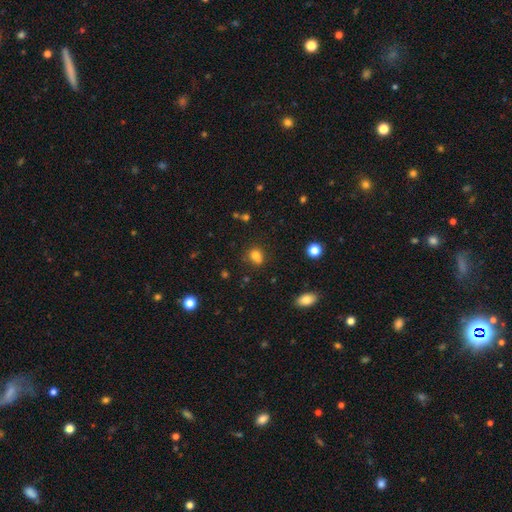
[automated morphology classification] The model was most divided on "how rounded": round: 64%, in between: 35%, cigar-shaped: 1%. More confident: smooth or featured — smooth (77%); merging — none (61%).